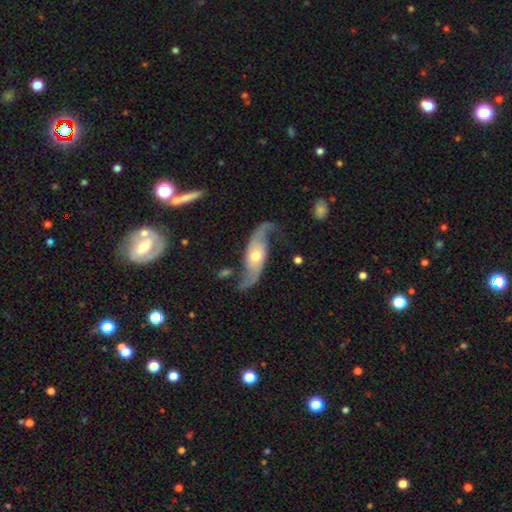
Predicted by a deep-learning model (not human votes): featured or disk 86%, smooth 10%, star or artifact 5%. Down the decision tree: edge-on disk — no (92%); bar — no (68%); spiral arms — yes (95%); spiral arm count — 2 (93%); spiral winding — loose (81%); bulge size — moderate (69%); merging — none (67%).